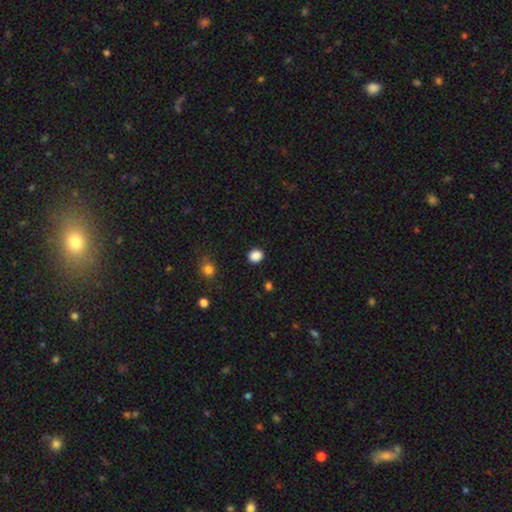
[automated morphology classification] A smooth galaxy with no disk features (87%) that is round (72%).

Vote fractions:
- Smooth or featured? smooth: 87% / star or artifact: 10% / featured or disk: 3%
- How rounded? round: 72% / in between: 27% / cigar-shaped: 1%
- Merging? none: 90% / minor disturbance: 6% / major disturbance: 2% / merger: 1%